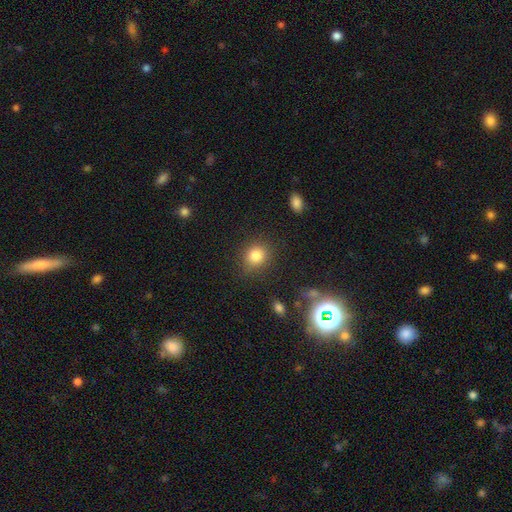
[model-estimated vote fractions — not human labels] Smooth or featured? smooth (82%)
How rounded? round (77%)
Merging? none (83%)